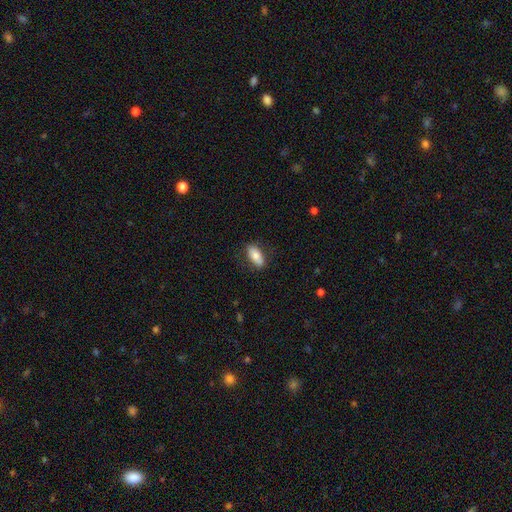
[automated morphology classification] Smooth or featured? smooth (78%)
How rounded? in between (83%)
Merging? none (81%)